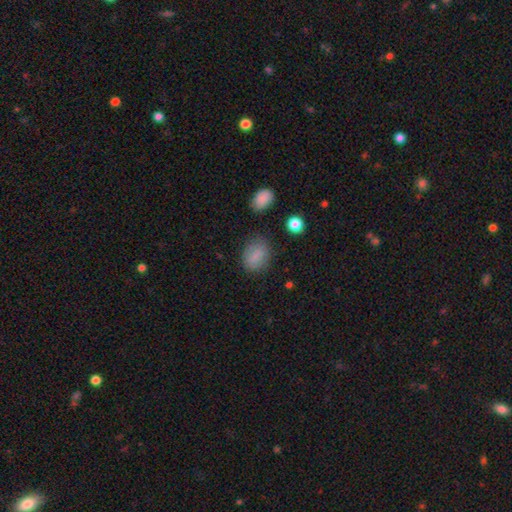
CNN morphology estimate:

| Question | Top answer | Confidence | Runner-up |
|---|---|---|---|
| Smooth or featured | smooth | 82% | star or artifact (10%) |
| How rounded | in between | 66% | round (32%) |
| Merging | none | 79% | minor disturbance (14%) |